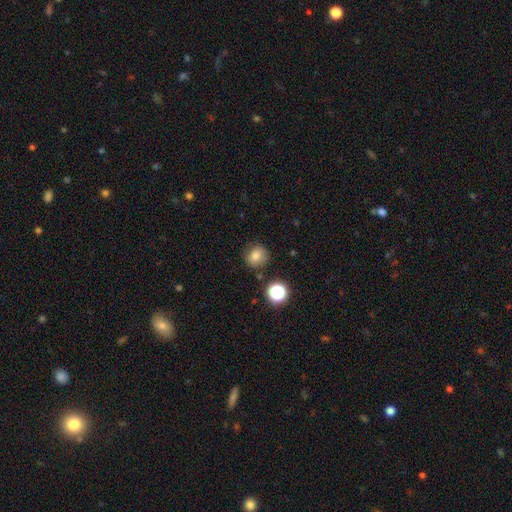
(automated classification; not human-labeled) This appears to be a smooth galaxy with no disk features (76%) that is round (84%). Merging: none (79%).